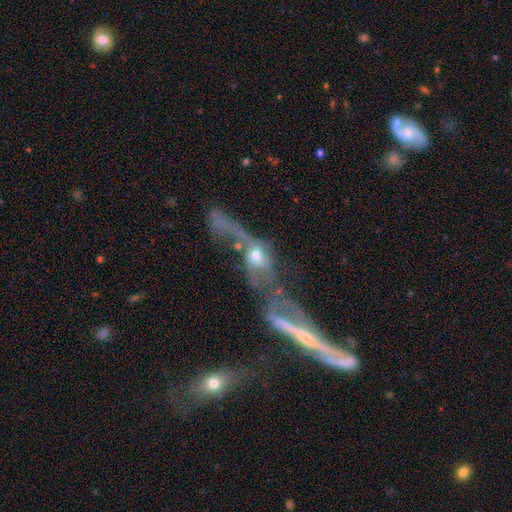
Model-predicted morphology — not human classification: The model was most divided on "merging": merger: 44%, major disturbance: 36%, none: 12%, minor disturbance: 8%. More confident: edge-on disk — no (81%); smooth or featured — featured or disk (57%).